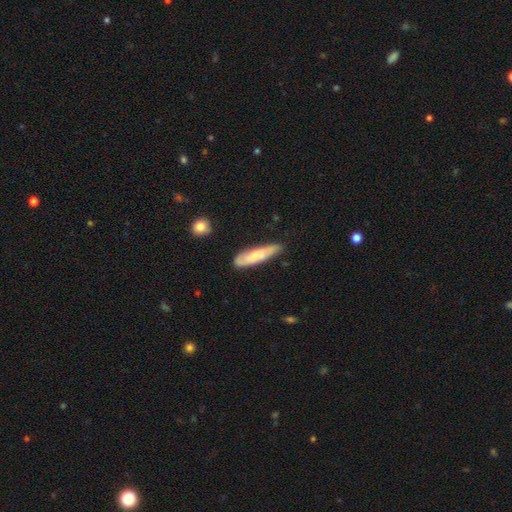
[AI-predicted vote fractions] Smooth or featured? smooth (61%)
How rounded? cigar-shaped (74%)
Merging? none (71%)